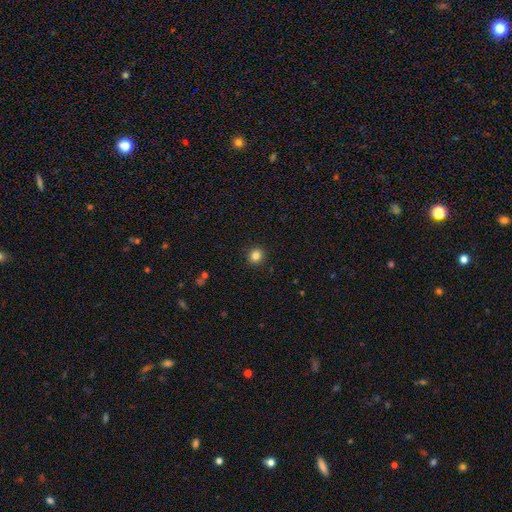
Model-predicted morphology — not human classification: A smooth galaxy with no disk features (83%) that is round (93%).

Vote fractions:
- Smooth or featured? smooth: 83% / star or artifact: 12% / featured or disk: 5%
- How rounded? round: 93% / in between: 6% / cigar-shaped: 1%
- Merging? none: 92% / minor disturbance: 5% / major disturbance: 2% / merger: 1%